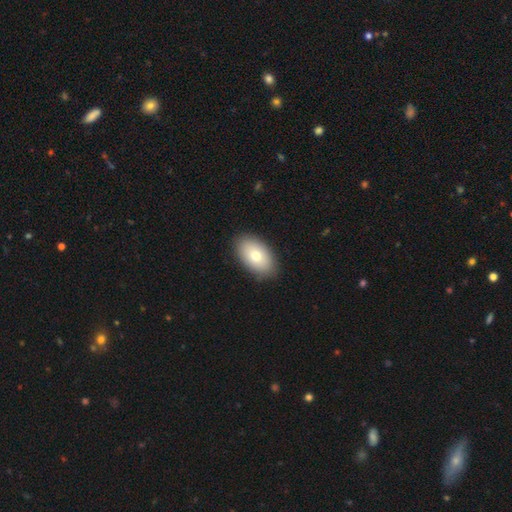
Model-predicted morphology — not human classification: A smooth galaxy with no disk features (78%) that is in between round and cigar-shaped (93%).

Vote fractions:
- Smooth or featured? smooth: 78% / featured or disk: 15% / star or artifact: 7%
- How rounded? in between: 93% / round: 5% / cigar-shaped: 1%
- Merging? none: 88% / minor disturbance: 9% / major disturbance: 2% / merger: 1%